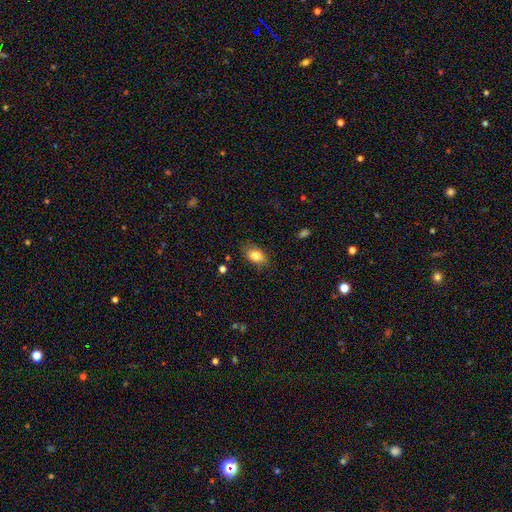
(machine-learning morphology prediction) This appears to be a smooth galaxy with no disk features (83%) that is in between round and cigar-shaped (88%). Merging: none (81%).